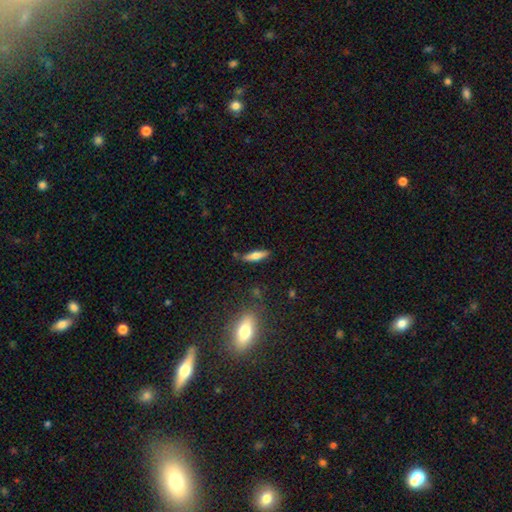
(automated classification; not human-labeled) smooth_or_featured: smooth (p=0.63) [alt: featured or disk p=0.30]
how_rounded: cigar-shaped (p=0.68) [alt: in between p=0.30]
merging: none (p=0.81) [alt: minor disturbance p=0.12]